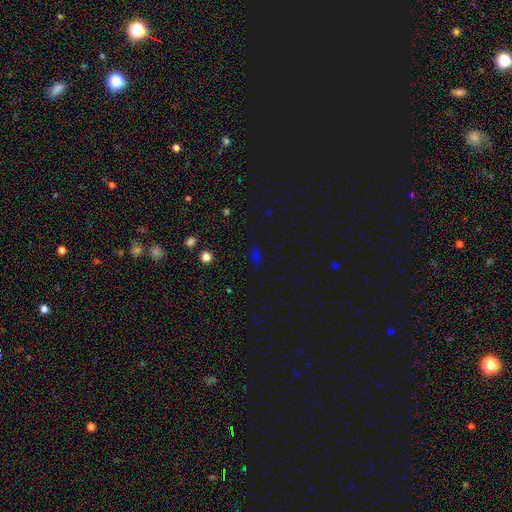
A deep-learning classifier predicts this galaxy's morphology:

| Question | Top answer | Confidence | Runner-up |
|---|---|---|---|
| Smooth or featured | smooth | 47% | star or artifact (46%) |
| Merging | none | 79% | minor disturbance (12%) |